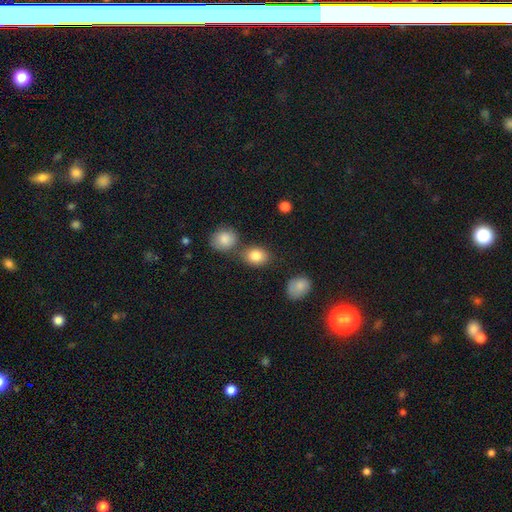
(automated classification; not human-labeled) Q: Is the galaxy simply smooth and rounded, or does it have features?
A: smooth — 84%.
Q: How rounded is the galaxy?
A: in between — 63%.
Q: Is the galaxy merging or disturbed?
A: none — 66%.